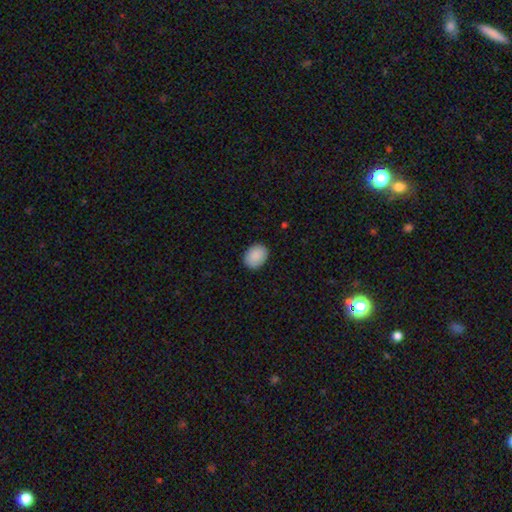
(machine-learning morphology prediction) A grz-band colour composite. It shows a smooth galaxy with no disk features (90%) that is in between round and cigar-shaped (62%). Merging: none (88%).